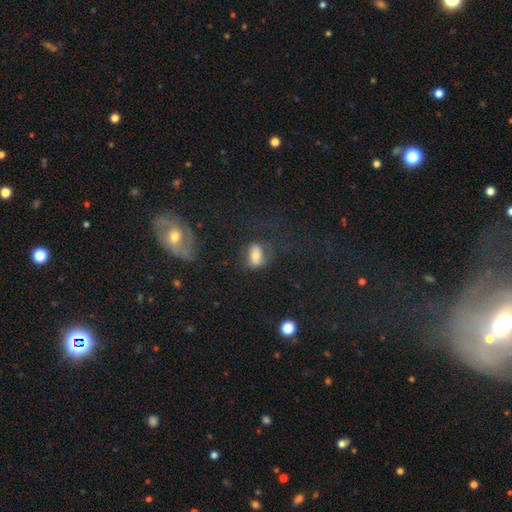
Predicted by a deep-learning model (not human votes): A smooth galaxy with no disk features (57%) that is in between round and cigar-shaped (74%).

Vote fractions:
- Smooth or featured? smooth: 57% / featured or disk: 30% / star or artifact: 13%
- How rounded? in between: 74% / round: 23% / cigar-shaped: 3%
- Merging? none: 58% / minor disturbance: 21% / major disturbance: 18% / merger: 3%